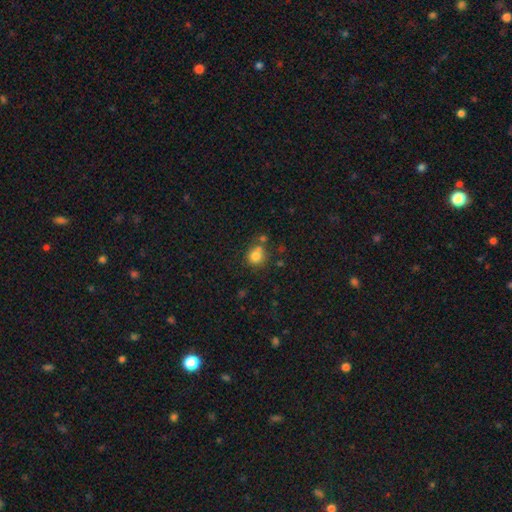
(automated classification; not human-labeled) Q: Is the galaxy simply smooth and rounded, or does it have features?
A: smooth — 80%.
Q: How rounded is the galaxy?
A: round — 83%.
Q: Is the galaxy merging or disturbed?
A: none — 57%.